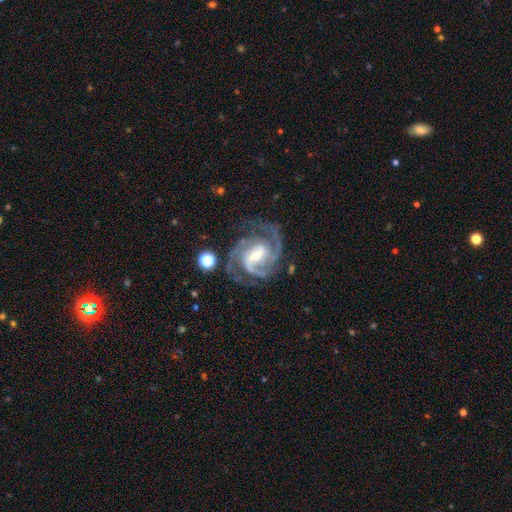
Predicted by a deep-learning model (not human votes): smooth-or-featured: featured or disk: 93% | star or artifact: 4% | smooth: 3%
  disk-edge-on: no: 98% | yes: 2%
    bar: weak: 46% | strong: 32% | no: 22%
    has-spiral-arms: yes: 99% | no: 1%
      spiral-winding: tight: 49% | medium: 45% | loose: 6%
      spiral-arm-count: 3: 47% | 2: 32% | 4: 7% | can't tell: 6% | 1: 4% | more than 4: 4%
    bulge-size: small: 52% | moderate: 44% | large: 2% | none: 1% | dominant: 1%
  merging: none: 71% | minor disturbance: 17% | major disturbance: 10% | merger: 2%